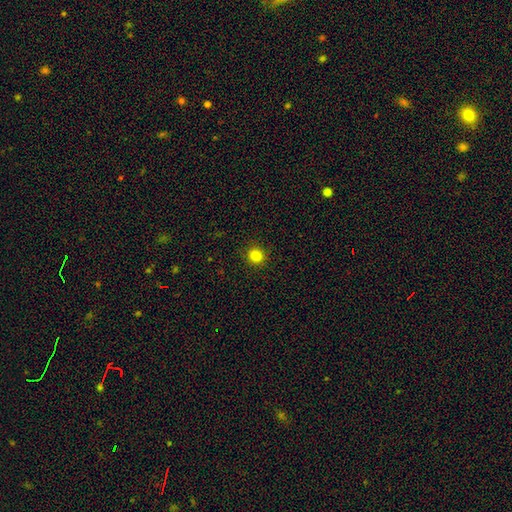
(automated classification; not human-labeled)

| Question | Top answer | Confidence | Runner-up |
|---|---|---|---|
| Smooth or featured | smooth | 85% | star or artifact (12%) |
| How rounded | round | 91% | in between (8%) |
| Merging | none | 91% | minor disturbance (6%) |